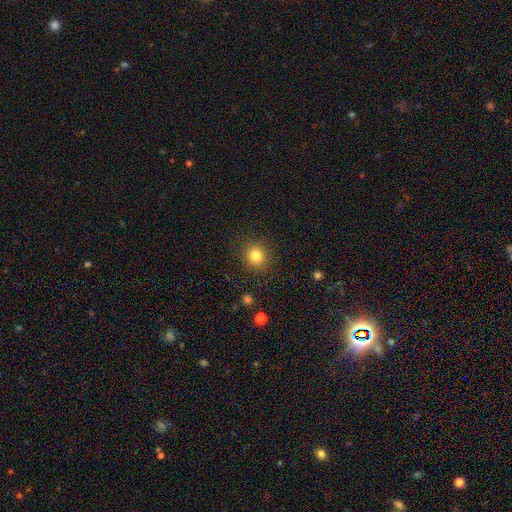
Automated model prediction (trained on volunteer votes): Smooth or featured?
  - smooth: 82% *
  - star or artifact: 12%
  - featured or disk: 6%
How rounded?
  - round: 88% *
  - in between: 12%
  - cigar-shaped: 1%
Merging?
  - none: 89% *
  - minor disturbance: 7%
  - major disturbance: 3%
  - merger: 1%